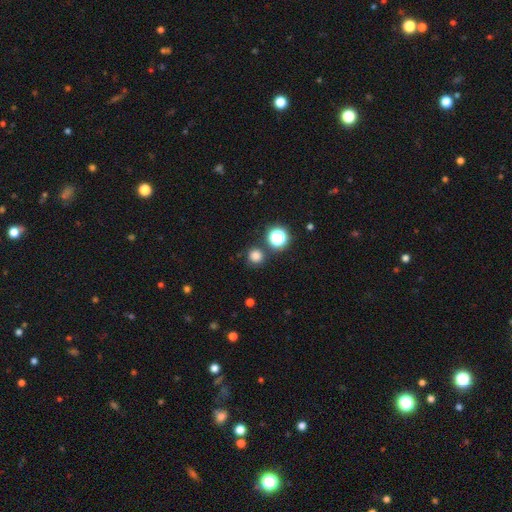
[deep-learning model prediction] A smooth galaxy with no disk features (77%) that is round (94%).

Vote fractions:
- Smooth or featured? smooth: 77% / star or artifact: 19% / featured or disk: 4%
- How rounded? round: 94% / in between: 5% / cigar-shaped: 1%
- Merging? none: 85% / minor disturbance: 7% / merger: 5% / major disturbance: 3%